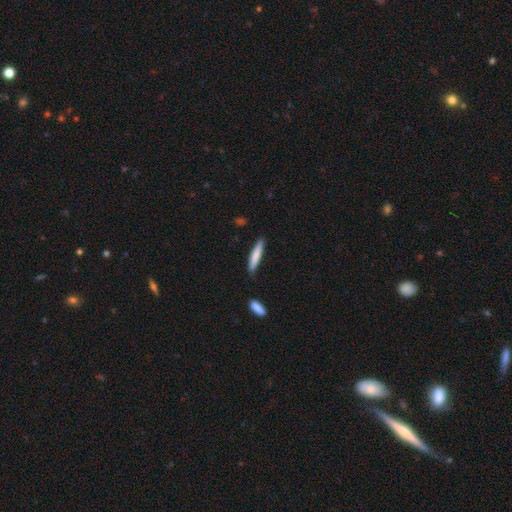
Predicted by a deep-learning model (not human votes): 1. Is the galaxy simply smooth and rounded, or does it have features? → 78% smooth, 17% featured or disk, 5% star or artifact.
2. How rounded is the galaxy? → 91% cigar-shaped, 8% in between, 1% round.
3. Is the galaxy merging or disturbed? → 85% none, 10% minor disturbance, 3% merger, 2% major disturbance.